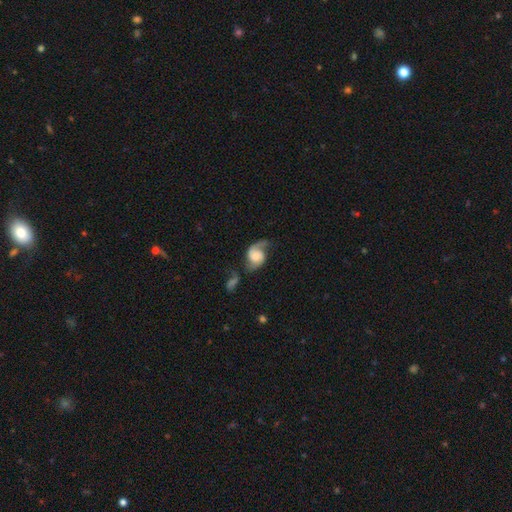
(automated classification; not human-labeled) This appears to be a featured or disk galaxy (74%) with no bar (64%), 2 (70%) loose (53%) spiral arms (94%) and a moderate central bulge (27%). Merging: none (42%).